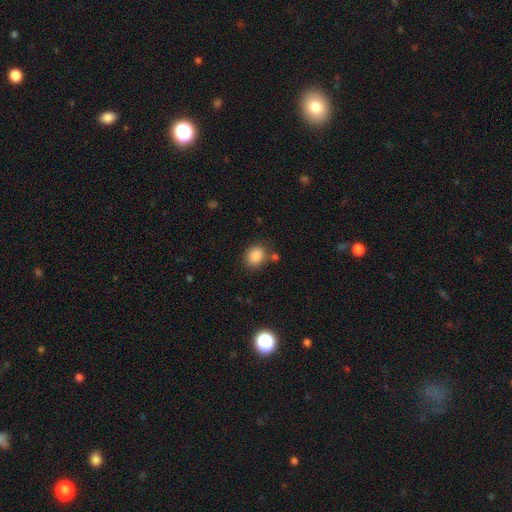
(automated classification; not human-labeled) smooth-or-featured: smooth: 87% | star or artifact: 9% | featured or disk: 4%
  how-rounded: in between: 50% | round: 49% | cigar-shaped: 1%
  merging: none: 75% | minor disturbance: 13% | merger: 7% | major disturbance: 4%